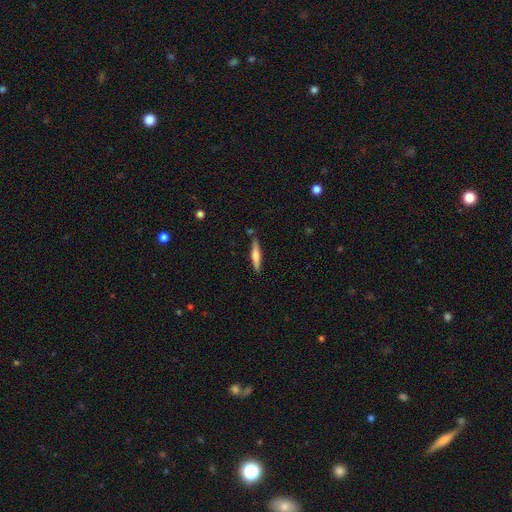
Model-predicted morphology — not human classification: smooth-or-featured: smooth: 56% | featured or disk: 39% | star or artifact: 6%
  how-rounded: cigar-shaped: 87% | in between: 12% | round: 2%
  merging: none: 84% | minor disturbance: 11% | merger: 3% | major disturbance: 2%